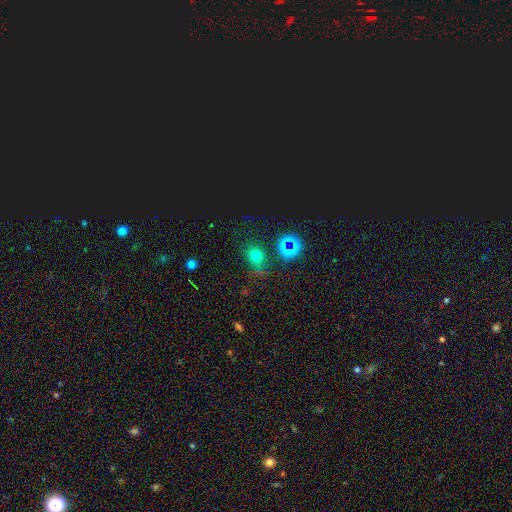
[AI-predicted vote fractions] Smooth or featured? smooth (63%)
How rounded? round (73%)
Merging? none (75%)